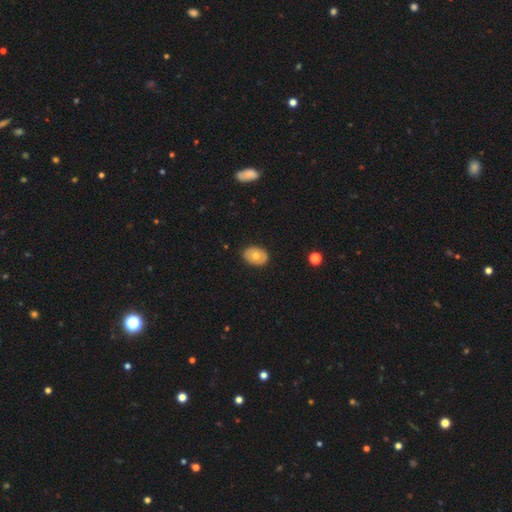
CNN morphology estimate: smooth-or-featured: smooth: 67% | featured or disk: 26% | star or artifact: 7%
  how-rounded: in between: 77% | round: 22% | cigar-shaped: 1%
  merging: none: 86% | minor disturbance: 11% | major disturbance: 2% | merger: 1%